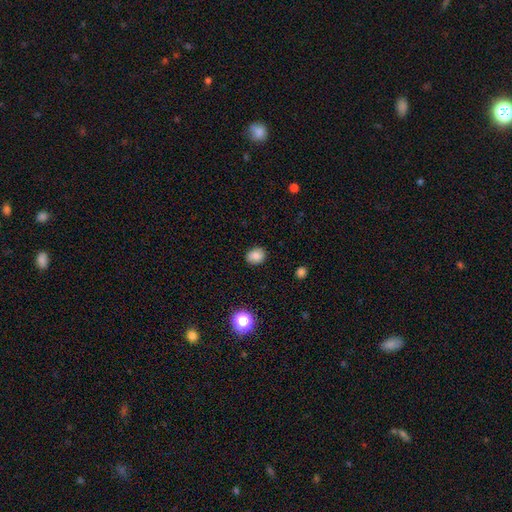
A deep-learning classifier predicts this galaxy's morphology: smooth_or_featured: smooth (p=0.83) [alt: star or artifact p=0.11]
how_rounded: round (p=0.53) [alt: in between p=0.46]
merging: none (p=0.86) [alt: minor disturbance p=0.10]